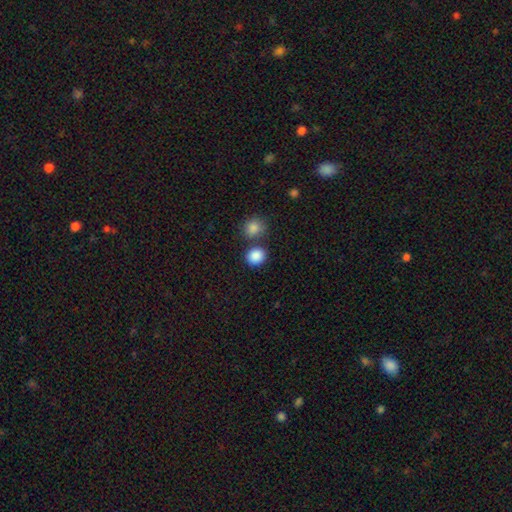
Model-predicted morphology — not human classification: This appears to be a smooth galaxy with no disk features (87%) that is round (75%). Merging: none (70%).